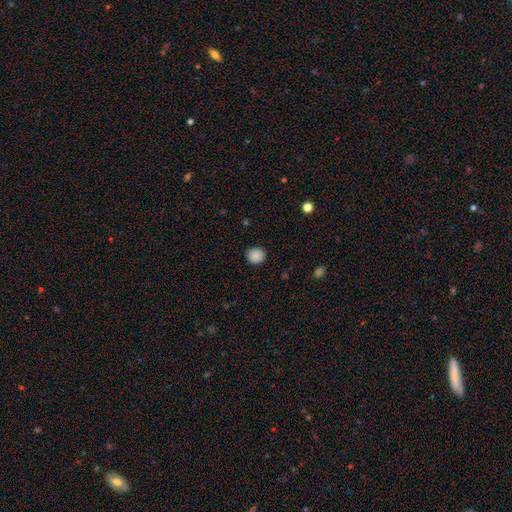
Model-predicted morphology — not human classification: Smooth or featured? Predicted: smooth (p=0.88). How rounded? Predicted: round (p=0.79). Merging? Predicted: none (p=0.88).